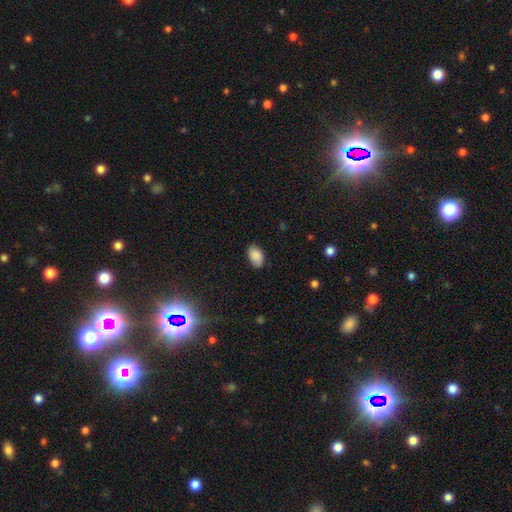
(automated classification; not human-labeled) Smooth or featured? Predicted: smooth (p=0.88). How rounded? Predicted: in between (p=0.92). Merging? Predicted: none (p=0.85).